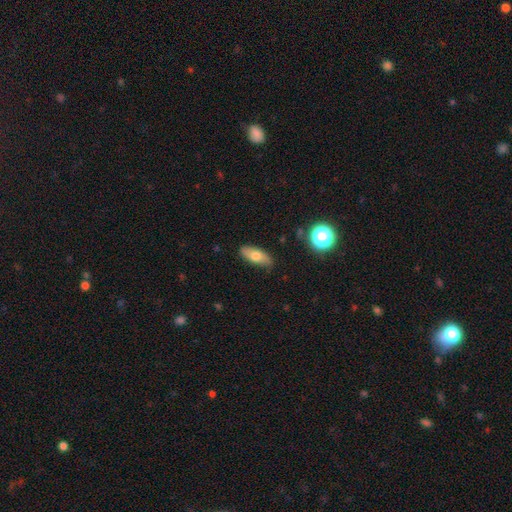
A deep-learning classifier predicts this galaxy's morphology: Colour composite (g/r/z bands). It shows a smooth galaxy with no disk features (68%) that is in between round and cigar-shaped (75%). Merging: none (84%).